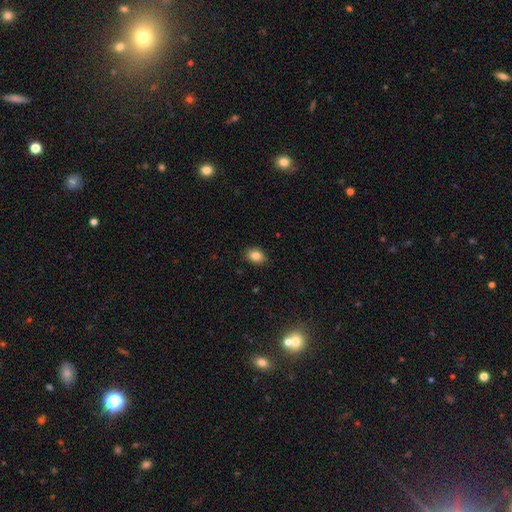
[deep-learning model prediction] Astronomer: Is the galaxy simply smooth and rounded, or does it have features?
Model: smooth — 85%.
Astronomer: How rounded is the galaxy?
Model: in between — 72%.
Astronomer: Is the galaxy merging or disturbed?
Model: none — 89%.